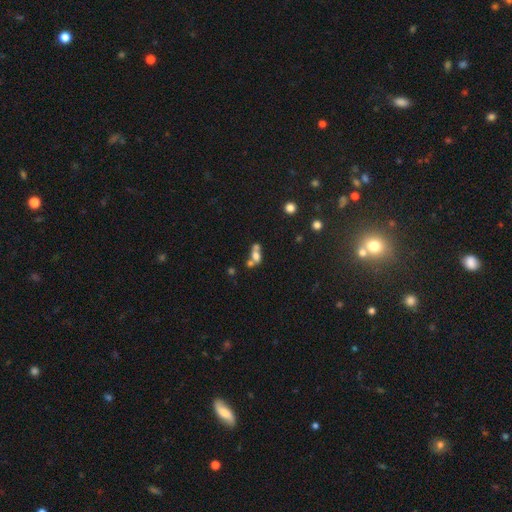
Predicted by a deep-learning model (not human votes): smooth 60%, featured or disk 25%, star or artifact 15%. Down the decision tree: how rounded — in between (61%); merging — merger (61%).